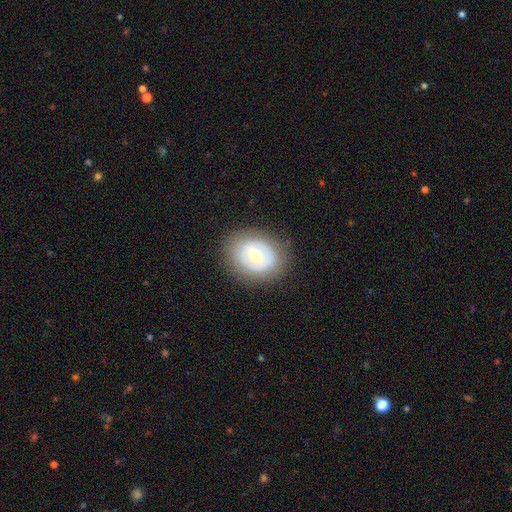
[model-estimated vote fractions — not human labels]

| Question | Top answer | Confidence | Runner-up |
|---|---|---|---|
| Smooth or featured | featured or disk | 52% | smooth (41%) |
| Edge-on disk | no | 94% | yes (6%) |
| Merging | none | 83% | minor disturbance (11%) |